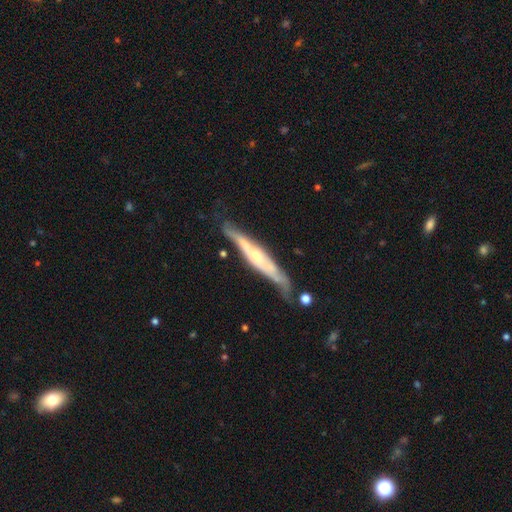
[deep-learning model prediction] smooth_or_featured: featured or disk (p=0.75) [alt: smooth p=0.19]
disk_edge_on: yes (p=0.91) [alt: no p=0.09]
edge_on_bulge: rounded (p=0.71) [alt: none p=0.18]
merging: none (p=0.74) [alt: minor disturbance p=0.18]